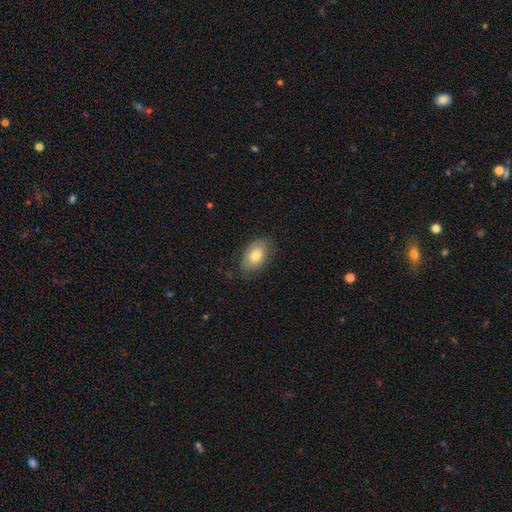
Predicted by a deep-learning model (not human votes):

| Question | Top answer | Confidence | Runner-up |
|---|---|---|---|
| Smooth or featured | smooth | 75% | featured or disk (18%) |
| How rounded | in between | 89% | round (9%) |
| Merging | none | 72% | minor disturbance (23%) |